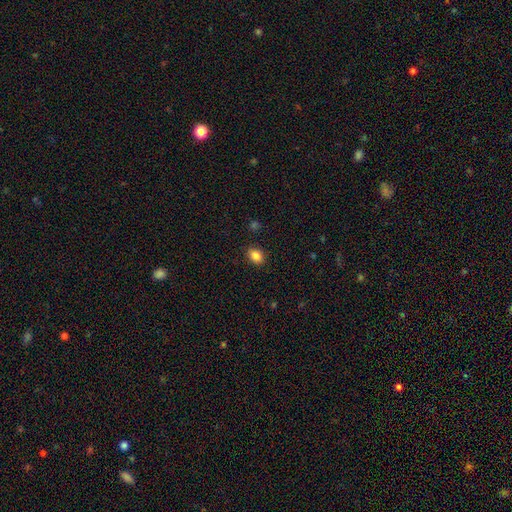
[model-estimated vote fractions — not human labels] Smooth or featured: smooth — 85% (star or artifact — 10%)
How rounded: in between — 70% (round — 29%)
Merging: none — 88% (minor disturbance — 9%)